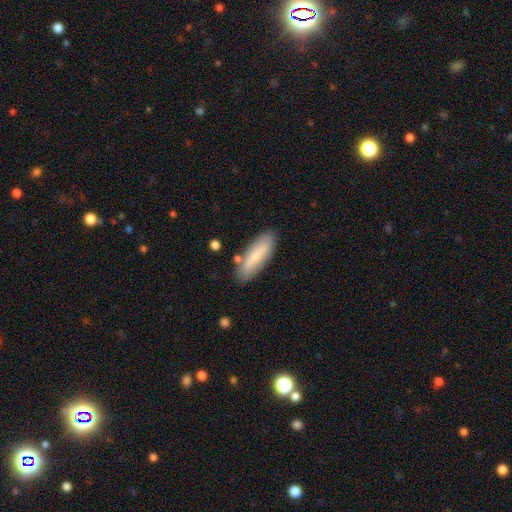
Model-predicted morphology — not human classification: type=smooth (70%); roundness=in between (52%); merging=none (82%).